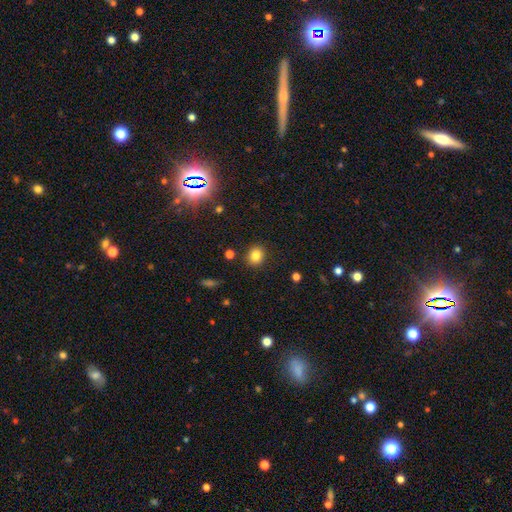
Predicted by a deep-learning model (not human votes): Smooth or featured: smooth — 82% (star or artifact — 12%)
How rounded: round — 76% (in between — 23%)
Merging: none — 89% (minor disturbance — 7%)